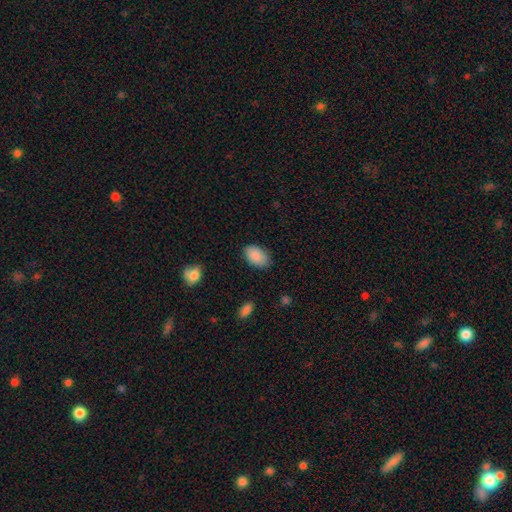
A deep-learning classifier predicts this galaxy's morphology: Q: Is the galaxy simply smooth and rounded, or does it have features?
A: smooth — 89%.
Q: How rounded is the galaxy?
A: in between — 92%.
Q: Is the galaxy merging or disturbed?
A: none — 82%.